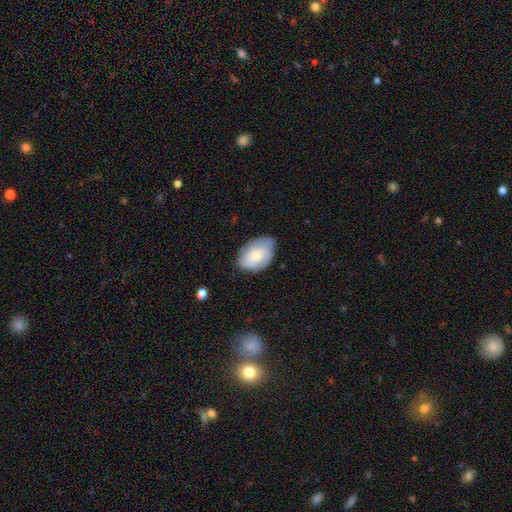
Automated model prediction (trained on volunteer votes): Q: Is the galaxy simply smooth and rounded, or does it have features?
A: smooth — 65%.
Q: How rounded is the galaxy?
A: in between — 86%.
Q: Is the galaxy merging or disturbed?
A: none — 70%.